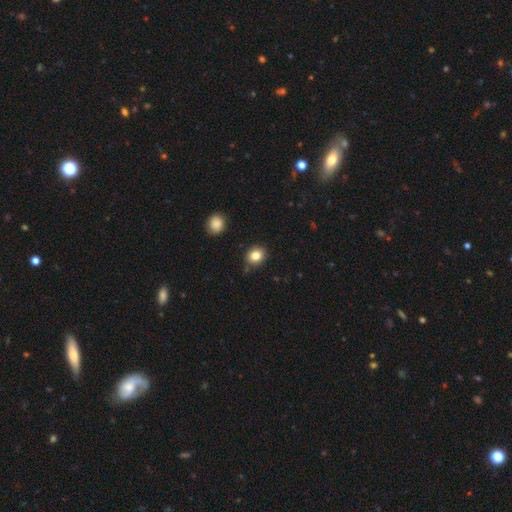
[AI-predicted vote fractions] The model was most divided on "how rounded": round: 69%, in between: 30%, cigar-shaped: 1%. More confident: merging — none (84%); smooth or featured — smooth (83%).